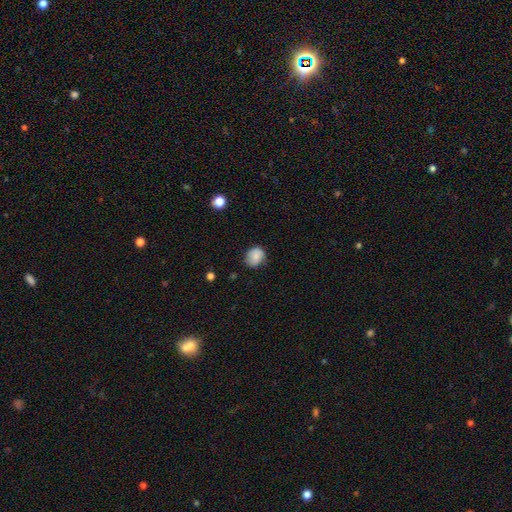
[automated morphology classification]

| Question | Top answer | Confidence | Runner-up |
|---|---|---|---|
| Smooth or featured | smooth | 80% | featured or disk (12%) |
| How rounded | round | 55% | in between (44%) |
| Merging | none | 70% | minor disturbance (24%) |